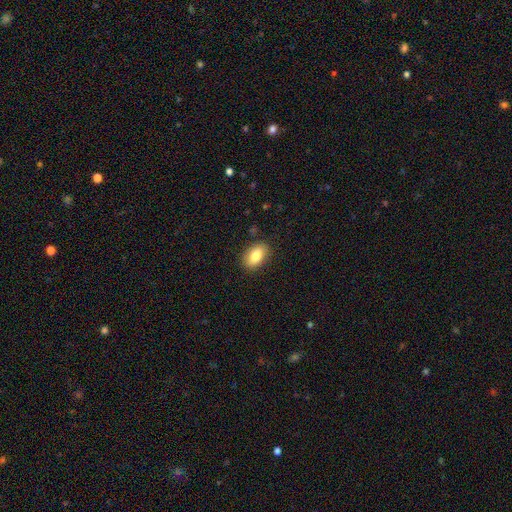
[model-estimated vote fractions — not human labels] The model was most divided on "smooth or featured": smooth: 83%, featured or disk: 9%, star or artifact: 8%. More confident: how rounded — in between (90%); merging — none (86%).